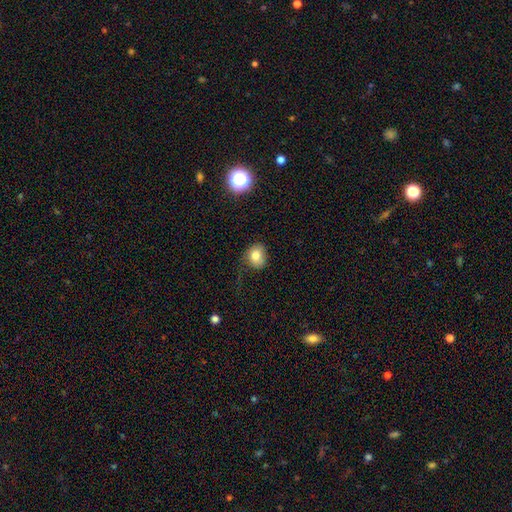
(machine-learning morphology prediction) Overall: smooth (79%). How rounded: round (56%; in between 44%). Merging: none (59%; minor disturbance 25%).